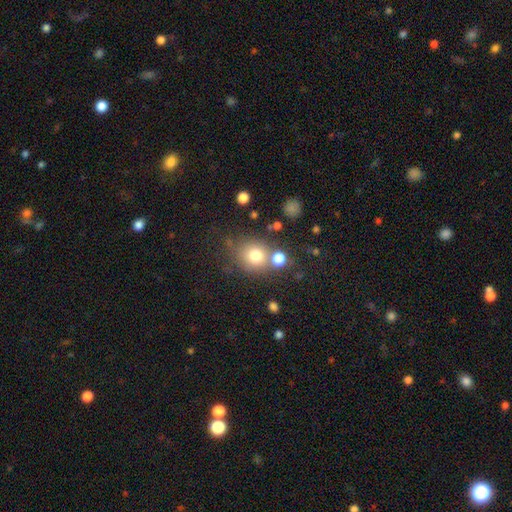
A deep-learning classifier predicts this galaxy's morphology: type=smooth (76%); roundness=round (81%); merging=none (62%).